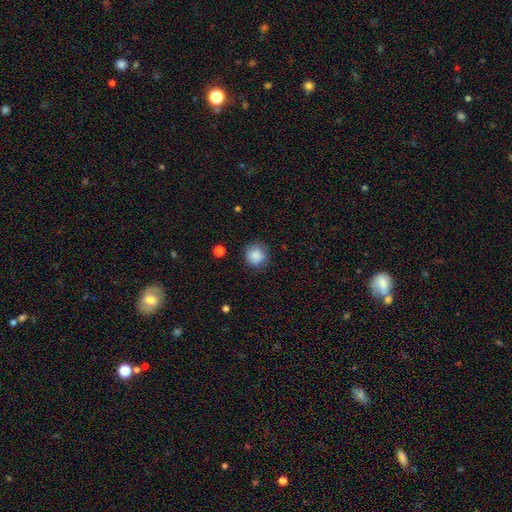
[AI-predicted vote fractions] This is clearly a smooth galaxy (85%). How rounded: clearly round (89%). Merging: clearly none (82%).